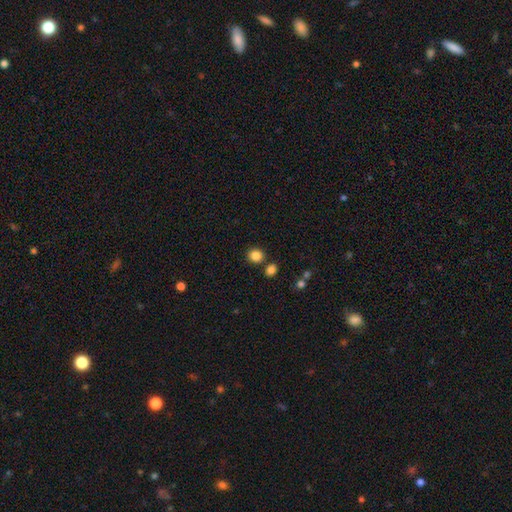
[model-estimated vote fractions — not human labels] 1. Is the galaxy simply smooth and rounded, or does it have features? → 85% smooth, 11% star or artifact, 4% featured or disk.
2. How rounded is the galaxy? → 83% round, 16% in between, 1% cigar-shaped.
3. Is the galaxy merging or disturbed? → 78% none, 11% merger, 8% minor disturbance, 3% major disturbance.